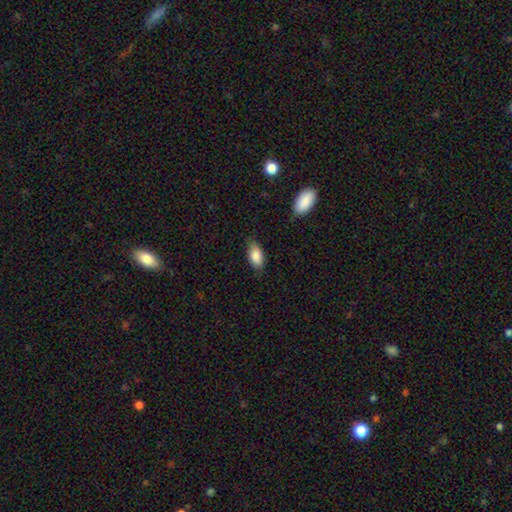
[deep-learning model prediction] Smooth or featured?
  - smooth: 85% *
  - featured or disk: 8%
  - star or artifact: 7%
How rounded?
  - in between: 92% *
  - cigar-shaped: 4%
  - round: 4%
Merging?
  - none: 76% *
  - minor disturbance: 19%
  - major disturbance: 3%
  - merger: 1%